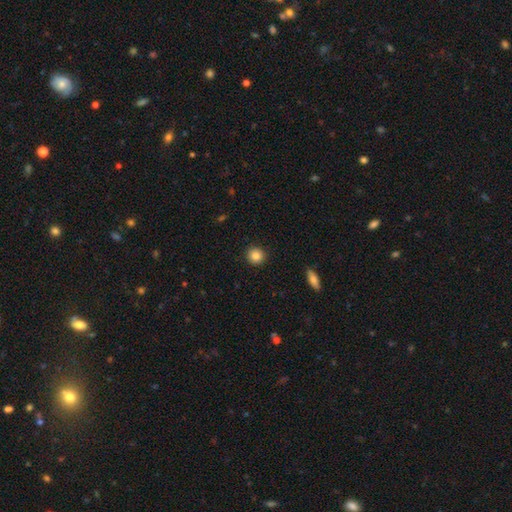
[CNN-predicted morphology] This is clearly a smooth galaxy (85%). How rounded: clearly round (93%). Merging: clearly none (92%).